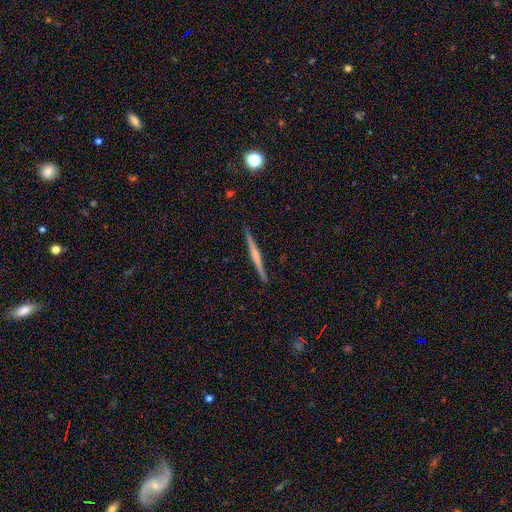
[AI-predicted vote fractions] A featured or disk galaxy (62%) viewed edge-on (98%) with no central bulge (48%).

Vote fractions:
- Smooth or featured? featured or disk: 62% / smooth: 33% / star or artifact: 6%
- Edge-on disk? yes: 98% / no: 2%
- Edge-on bulge? none: 48% / rounded: 37% / boxy: 15%
- Merging? none: 92% / minor disturbance: 5% / major disturbance: 1% / merger: 1%